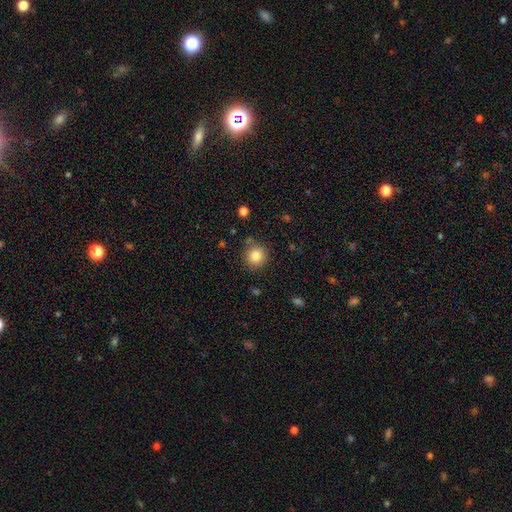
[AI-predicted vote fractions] Q: Smooth or featured?
A: smooth (83%); runner-up: star or artifact (11%)
Q: How rounded?
A: round (91%); runner-up: in between (8%)
Q: Merging?
A: none (83%); runner-up: minor disturbance (11%)